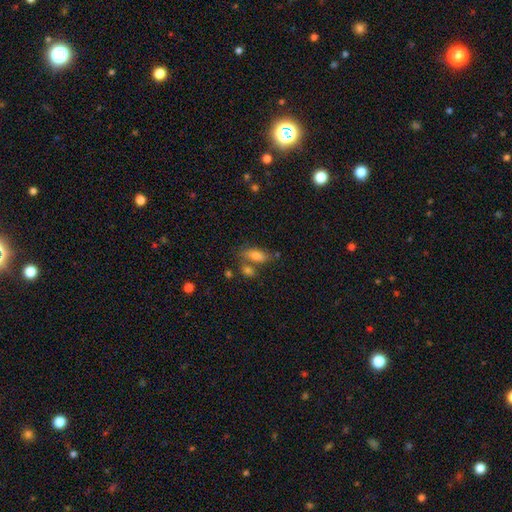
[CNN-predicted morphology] smooth-or-featured: smooth: 75% | featured or disk: 15% | star or artifact: 10%
  how-rounded: in between: 77% | cigar-shaped: 19% | round: 4%
  merging: none: 59% | merger: 21% | minor disturbance: 15% | major disturbance: 5%